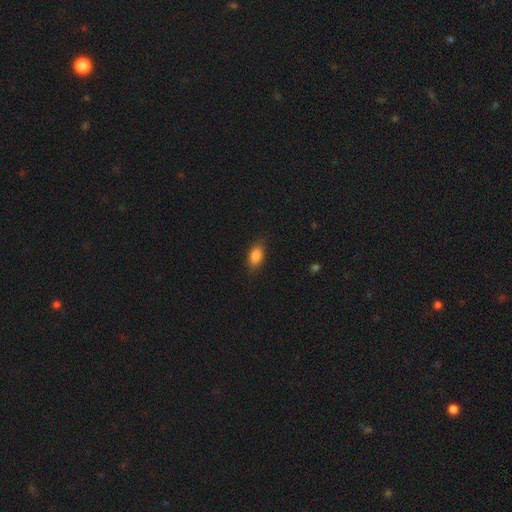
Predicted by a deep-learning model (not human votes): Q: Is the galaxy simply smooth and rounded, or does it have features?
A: smooth — 85%.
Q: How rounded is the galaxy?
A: in between — 86%.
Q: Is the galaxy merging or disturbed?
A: none — 84%.